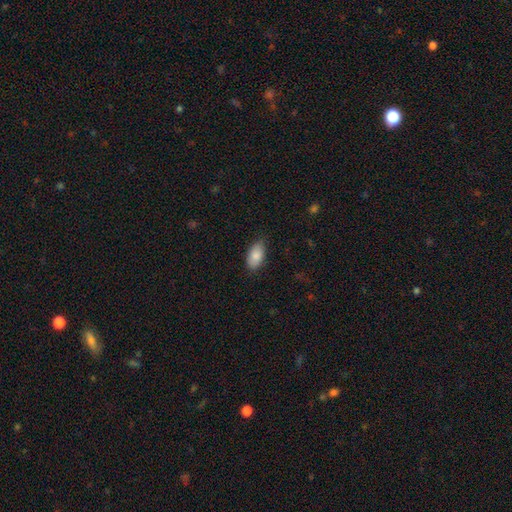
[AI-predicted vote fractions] Smooth or featured? smooth (86%)
How rounded? in between (94%)
Merging? none (81%)